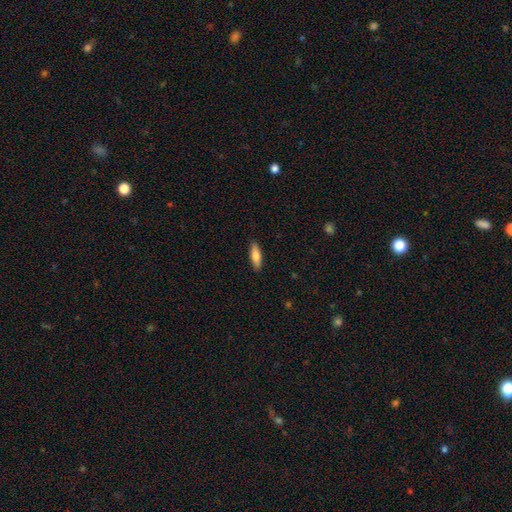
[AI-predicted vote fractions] Smooth or featured? Predicted: smooth (p=0.78). How rounded? Predicted: in between (p=0.51). Merging? Predicted: none (p=0.89).